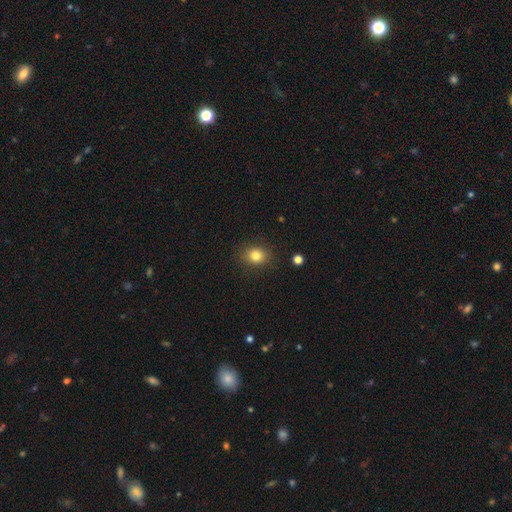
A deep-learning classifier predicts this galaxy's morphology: Q: Smooth or featured?
A: smooth (82%); runner-up: star or artifact (12%)
Q: How rounded?
A: round (55%); runner-up: in between (44%)
Q: Merging?
A: none (87%); runner-up: minor disturbance (9%)